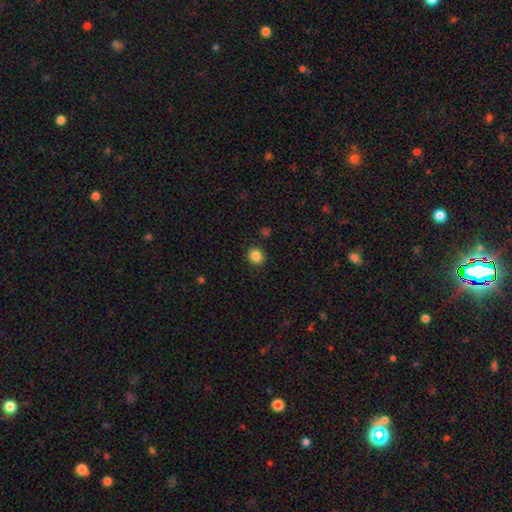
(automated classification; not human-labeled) smooth-or-featured: smooth: 86% | star or artifact: 10% | featured or disk: 4%
  how-rounded: round: 75% | in between: 24% | cigar-shaped: 1%
  merging: none: 89% | minor disturbance: 7% | major disturbance: 2% | merger: 2%